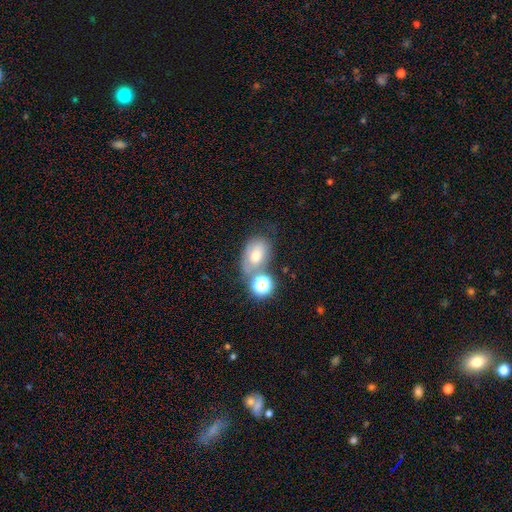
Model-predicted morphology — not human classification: A smooth galaxy with no disk features (59%) that is in between round and cigar-shaped (76%). Merging: none (43%).